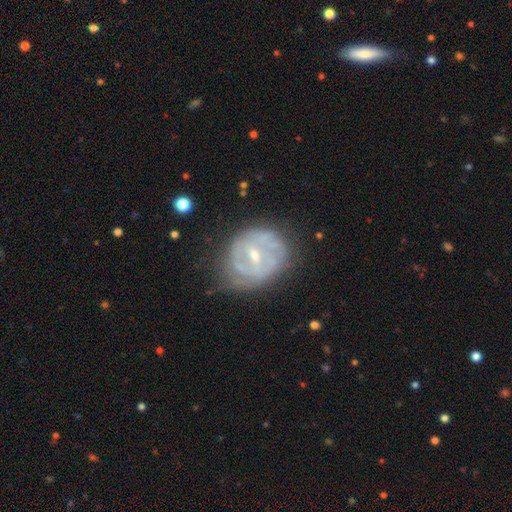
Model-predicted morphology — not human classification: Smooth or featured? featured or disk (77%)
Edge-on disk? no (97%)
Bar? weak (52%)
Spiral arms? yes (69%)
Spiral winding? tight (57%)
Spiral arm count? can't tell (42%)
Bulge size? small (55%)
Merging? none (60%)